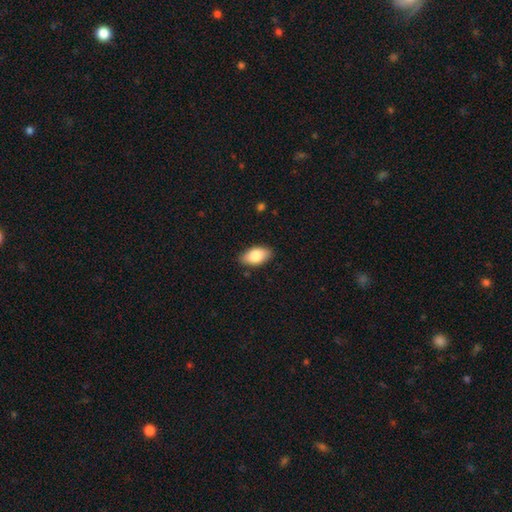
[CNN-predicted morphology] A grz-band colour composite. It shows a smooth galaxy with no disk features (82%) that is in between round and cigar-shaped (93%). Merging: none (86%).